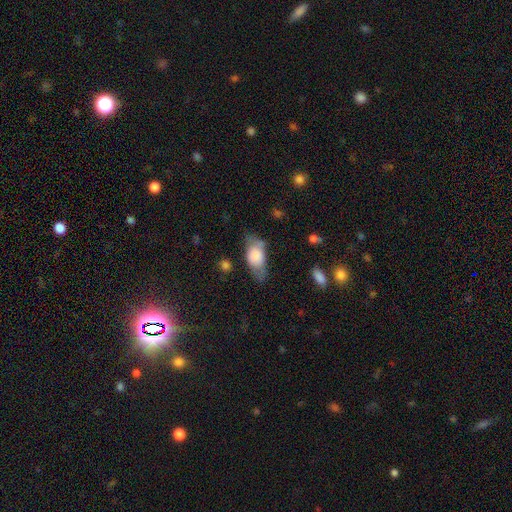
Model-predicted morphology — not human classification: Smooth or featured: smooth — 69% (featured or disk — 23%)
How rounded: in between — 85% (cigar-shaped — 7%)
Merging: none — 51% (minor disturbance — 30%)